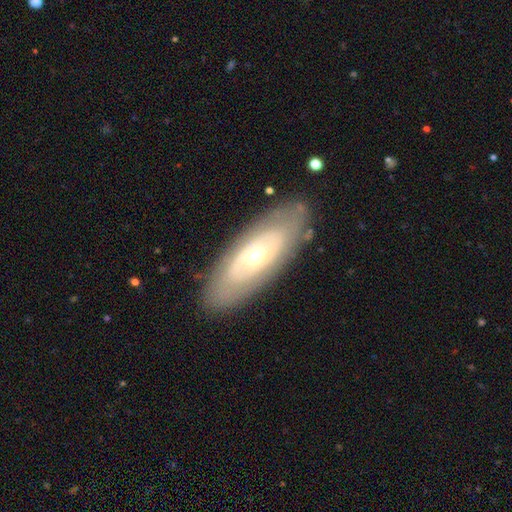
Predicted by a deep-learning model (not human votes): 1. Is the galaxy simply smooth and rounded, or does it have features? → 65% featured or disk, 29% smooth, 6% star or artifact.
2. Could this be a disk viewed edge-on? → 83% no, 17% yes.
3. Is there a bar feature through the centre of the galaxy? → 85% no, 11% weak, 4% strong.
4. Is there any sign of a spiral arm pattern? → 66% no, 34% yes.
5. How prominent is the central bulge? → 54% small, 42% moderate, 2% large, 1% dominant, 1% none.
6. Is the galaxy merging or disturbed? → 84% none, 11% minor disturbance, 4% major disturbance, 1% merger.